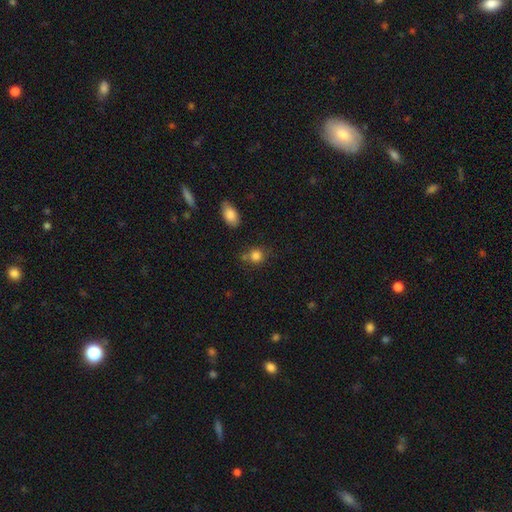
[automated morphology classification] This appears to be a smooth galaxy with no disk features (83%) that is round (79%). Merging: none (66%).